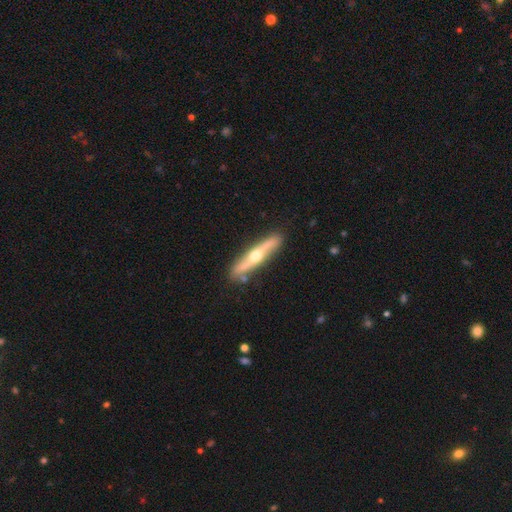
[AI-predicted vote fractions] Q: Smooth or featured?
A: featured or disk (67%); runner-up: smooth (28%)
Q: Edge-on disk?
A: yes (87%); runner-up: no (13%)
Q: Edge-on bulge?
A: rounded (93%); runner-up: none (5%)
Q: Merging?
A: none (86%); runner-up: minor disturbance (10%)